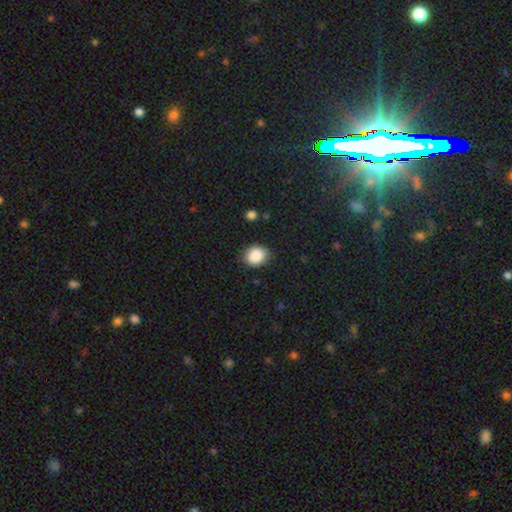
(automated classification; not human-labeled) Q: Smooth or featured?
A: smooth (88%); runner-up: star or artifact (8%)
Q: How rounded?
A: round (57%); runner-up: in between (42%)
Q: Merging?
A: none (84%); runner-up: minor disturbance (12%)